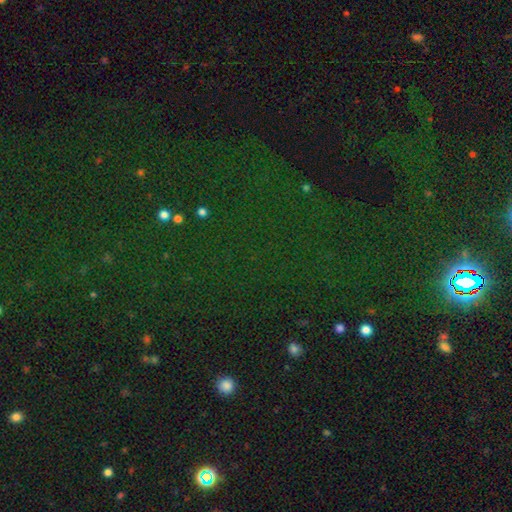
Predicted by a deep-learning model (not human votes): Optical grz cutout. It shows a star or artifact, not a galaxy (77%).